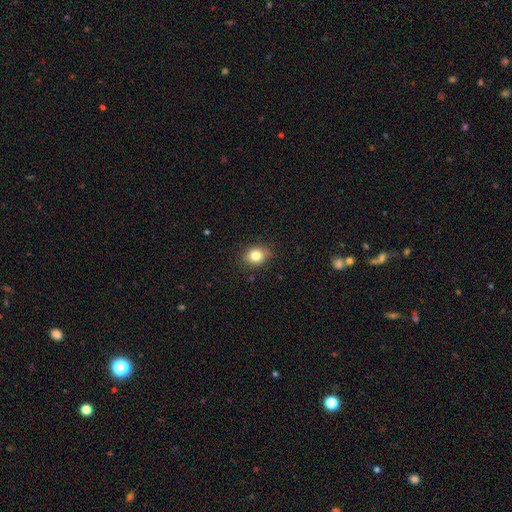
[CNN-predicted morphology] This appears to be a smooth galaxy with no disk features (81%) that is round (56%). Merging: none (81%).